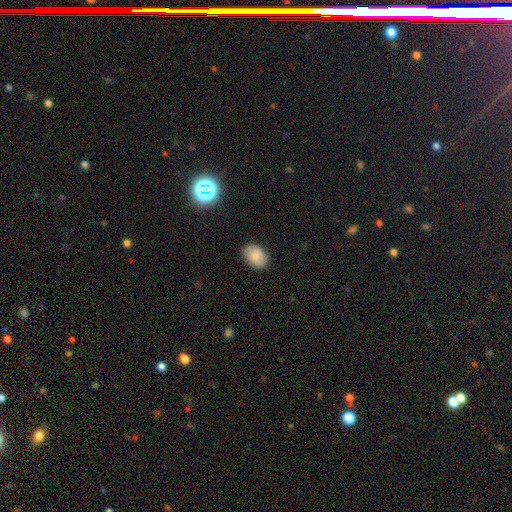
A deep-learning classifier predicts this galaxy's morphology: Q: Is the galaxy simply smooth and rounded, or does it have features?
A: smooth — 82%.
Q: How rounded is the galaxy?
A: in between — 79%.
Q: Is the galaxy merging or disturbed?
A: none — 87%.